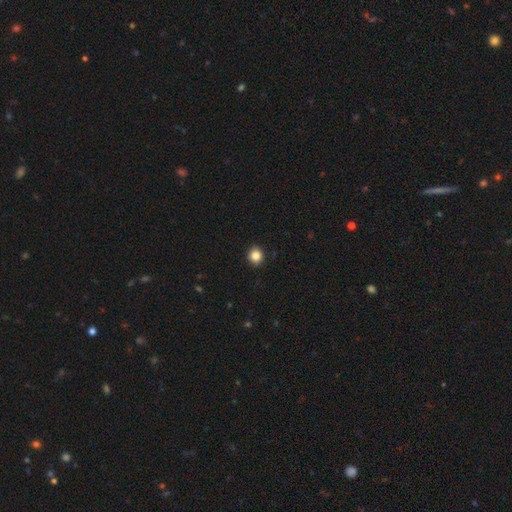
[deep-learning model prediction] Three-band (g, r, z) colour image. It shows a smooth galaxy with no disk features (85%) that is round (84%). Merging: none (91%).